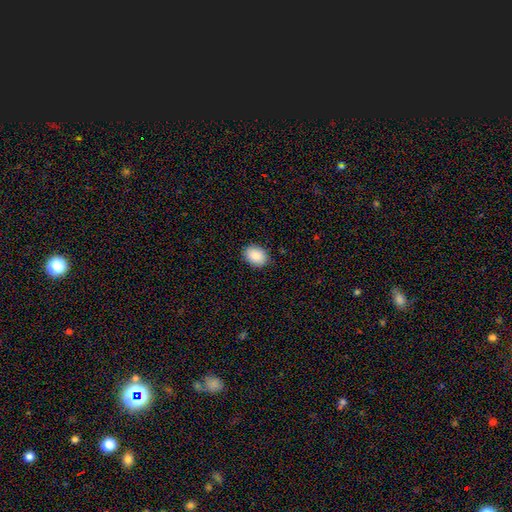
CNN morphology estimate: Smooth or featured? Predicted: smooth (p=0.89). How rounded? Predicted: in between (p=0.73). Merging? Predicted: none (p=0.87).